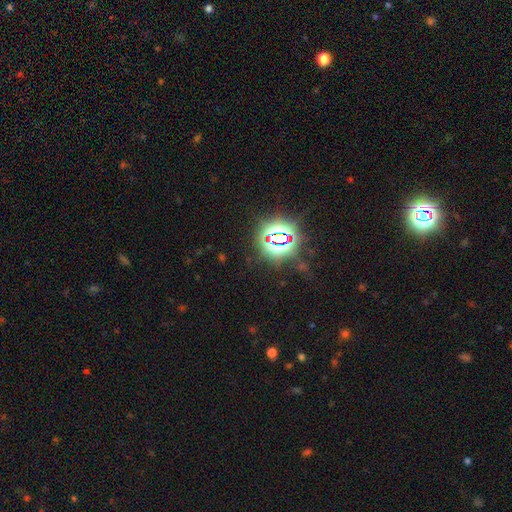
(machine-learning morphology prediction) Smooth or featured? Predicted: star or artifact (p=0.82).